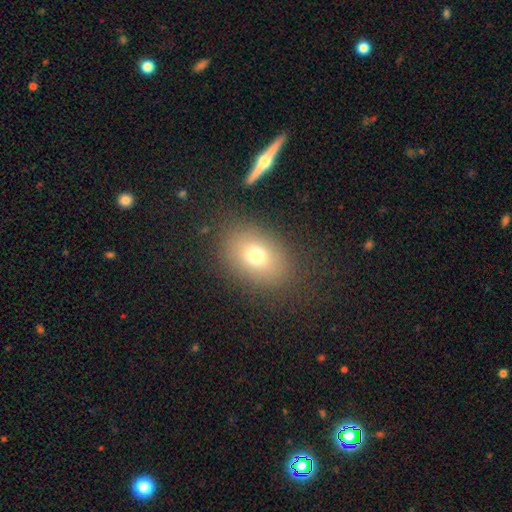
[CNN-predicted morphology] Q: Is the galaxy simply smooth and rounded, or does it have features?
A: smooth — 73%.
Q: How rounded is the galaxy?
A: in between — 72%.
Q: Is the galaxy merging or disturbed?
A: none — 82%.